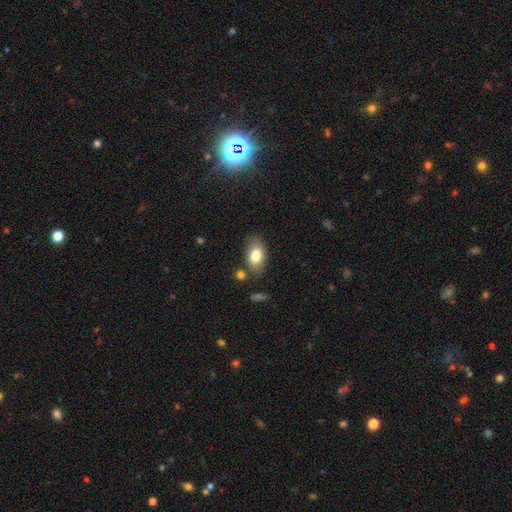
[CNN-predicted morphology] This appears to be a smooth galaxy with no disk features (80%) that is in between round and cigar-shaped (89%). Merging: none (77%).